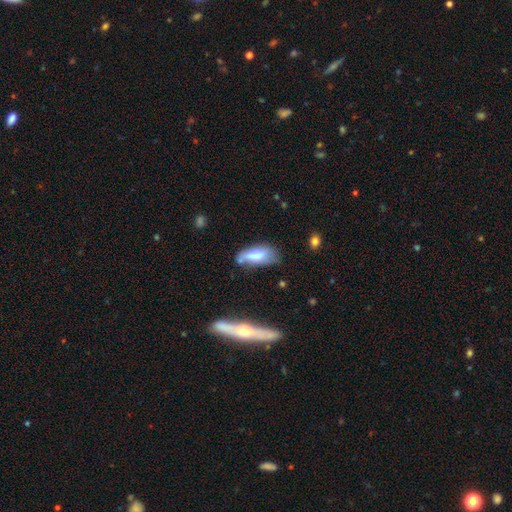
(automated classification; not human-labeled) This appears to be a smooth galaxy with no disk features (69%) that is in between round and cigar-shaped (75%). Merging: none (42%).